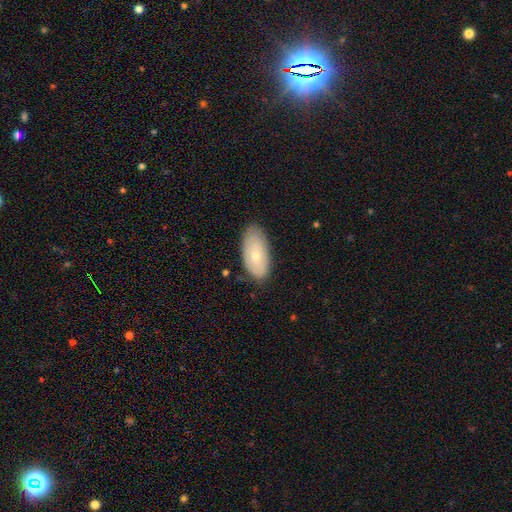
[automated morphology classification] smooth_or_featured: smooth (p=0.64) [alt: featured or disk p=0.30]
how_rounded: in between (p=0.93) [alt: cigar-shaped p=0.04]
merging: none (p=0.78) [alt: minor disturbance p=0.18]